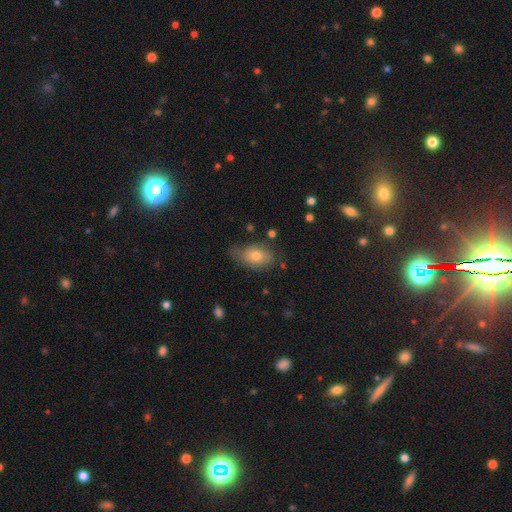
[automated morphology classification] This is likely a smooth galaxy (71%). How rounded: clearly in between (86%). Merging: possibly none (55%).